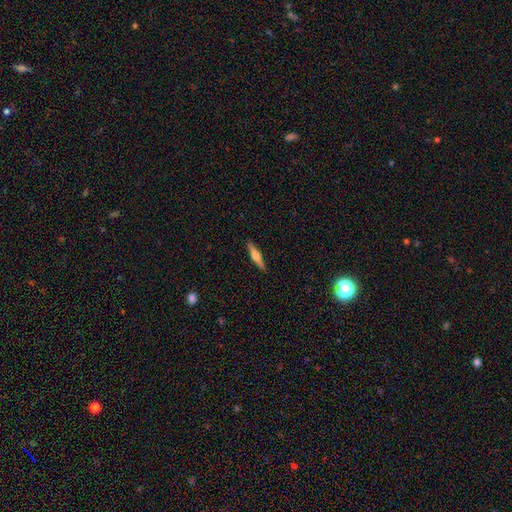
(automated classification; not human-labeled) This is possibly a featured or disk galaxy (58%). It is clearly viewed edge-on (97%). Edge-on bulge: clearly rounded (91%). Merging: clearly none (91%).